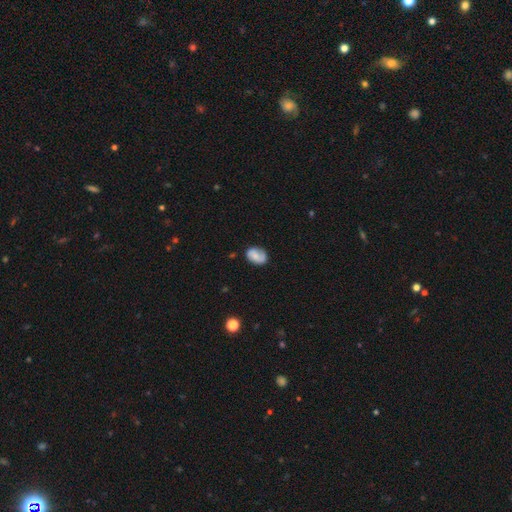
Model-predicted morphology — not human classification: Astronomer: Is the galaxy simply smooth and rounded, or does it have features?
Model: smooth — 56% (runner-up: featured or disk, 35%).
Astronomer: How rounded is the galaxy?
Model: in between — 74%.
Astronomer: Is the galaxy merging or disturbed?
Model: none — 70%.